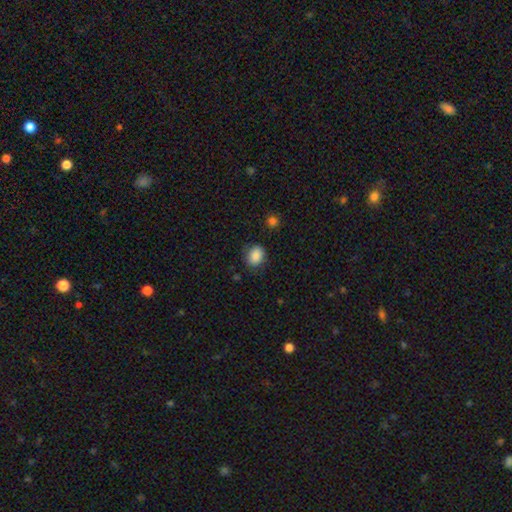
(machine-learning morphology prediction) A smooth galaxy with no disk features (87%) that is in between round and cigar-shaped (51%). Merging: none (79%).